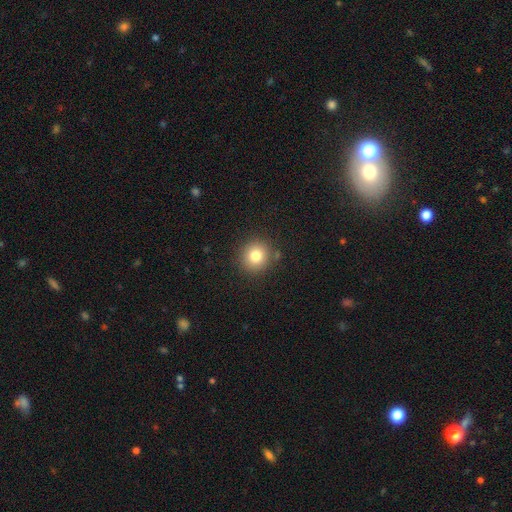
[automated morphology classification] Smooth or featured: smooth — 80% (star or artifact — 11%)
How rounded: round — 91% (in between — 8%)
Merging: none — 87% (minor disturbance — 8%)